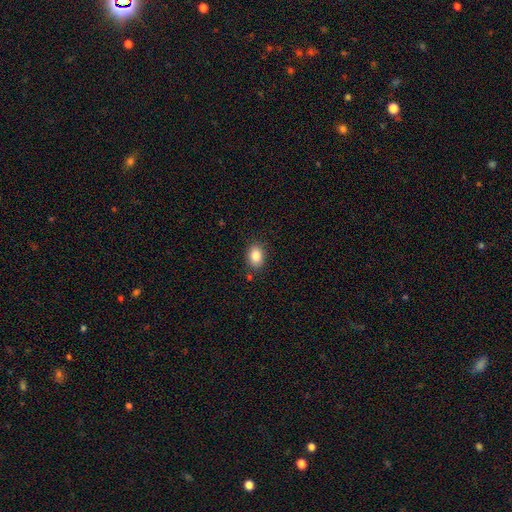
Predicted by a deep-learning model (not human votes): Smooth or featured? Predicted: smooth (p=0.85). How rounded? Predicted: in between (p=0.69). Merging? Predicted: none (p=0.85).